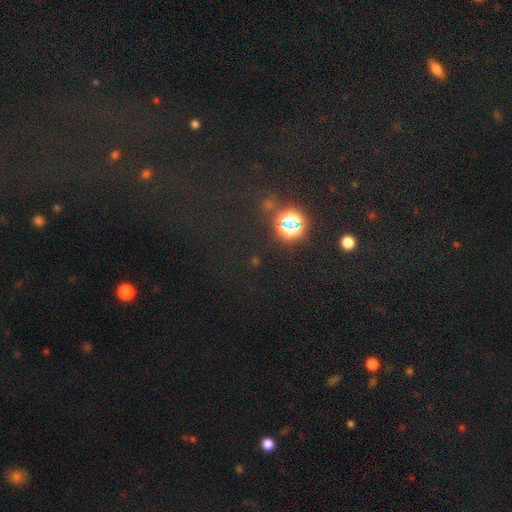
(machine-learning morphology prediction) Overall: star or artifact (67%).